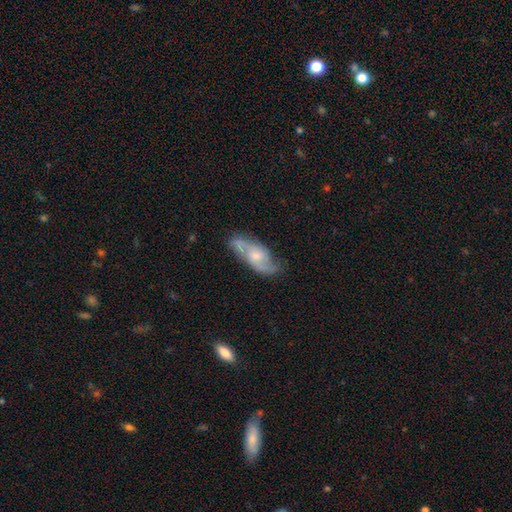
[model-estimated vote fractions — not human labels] Smooth or featured? featured or disk (68%)
Edge-on disk? no (89%)
Bar? no (61%)
Spiral arms? yes (89%)
Spiral winding? medium (47%)
Spiral arm count? 2 (80%)
Bulge size? moderate (48%)
Merging? none (67%)